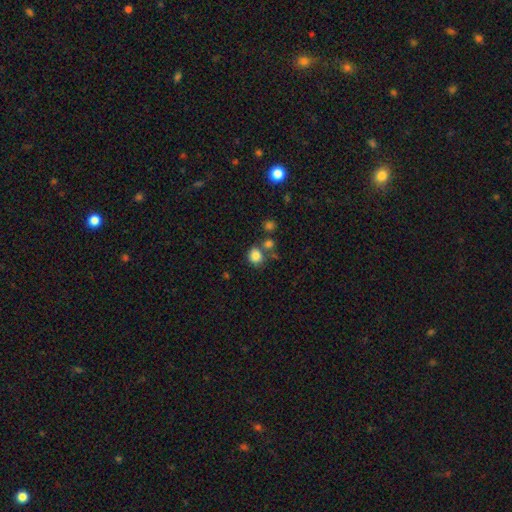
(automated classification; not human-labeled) Q: Smooth or featured?
A: smooth (82%); runner-up: star or artifact (11%)
Q: How rounded?
A: round (76%); runner-up: in between (23%)
Q: Merging?
A: none (64%); runner-up: merger (19%)